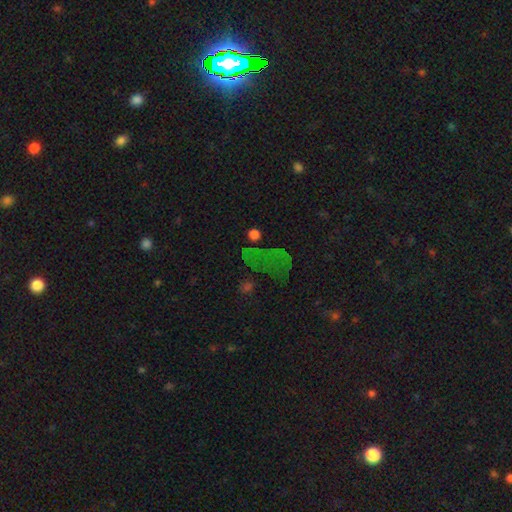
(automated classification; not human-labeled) Q: Smooth or featured?
A: star or artifact (50%); runner-up: smooth (31%)